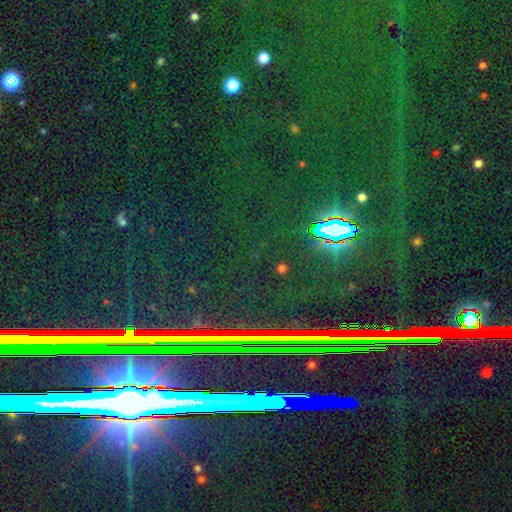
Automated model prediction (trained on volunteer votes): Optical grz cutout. It shows a star or artifact, not a galaxy (85%).